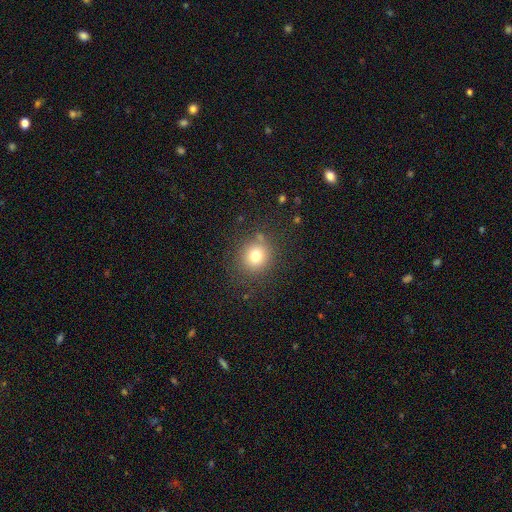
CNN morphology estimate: Smooth or featured?
  - smooth: 78% *
  - star or artifact: 14%
  - featured or disk: 9%
How rounded?
  - round: 86% *
  - in between: 13%
  - cigar-shaped: 1%
Merging?
  - none: 82% *
  - minor disturbance: 11%
  - major disturbance: 4%
  - merger: 3%